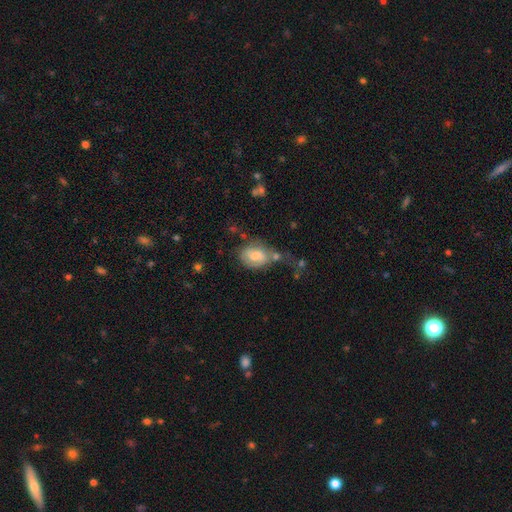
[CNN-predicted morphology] Overall: smooth (61%; featured or disk 31%). How rounded: in between (75%). Merging: none (29%; major disturbance 27%).